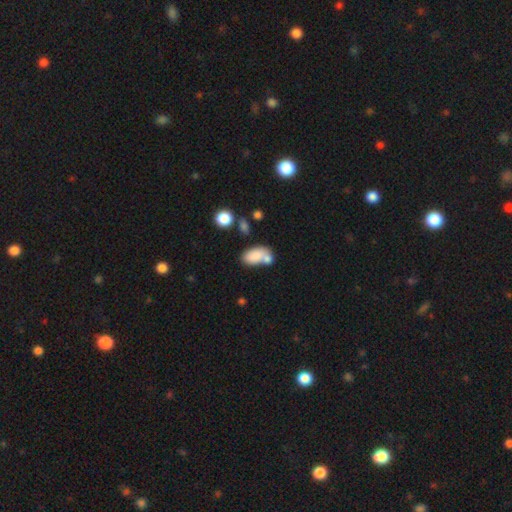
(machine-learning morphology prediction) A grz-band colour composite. It shows a smooth galaxy with no disk features (80%) that is in between round and cigar-shaped (91%). Merging: merger (47%).